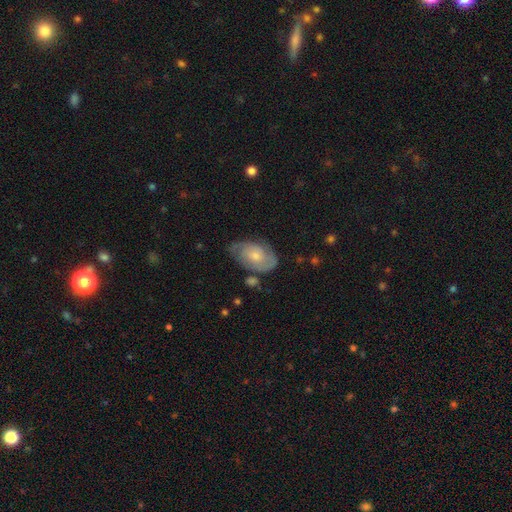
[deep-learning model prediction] A featured or disk galaxy (61%) with no bar (75%), spiral arms (82%) and a moderate central bulge (47%). Merging: none (60%).